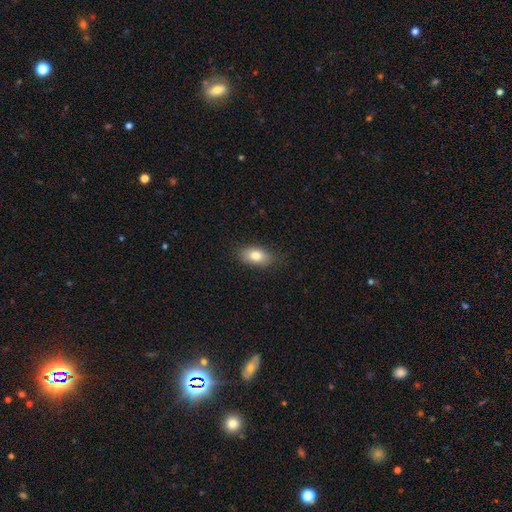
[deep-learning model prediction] Smooth or featured? smooth (79%)
How rounded? in between (88%)
Merging? none (82%)